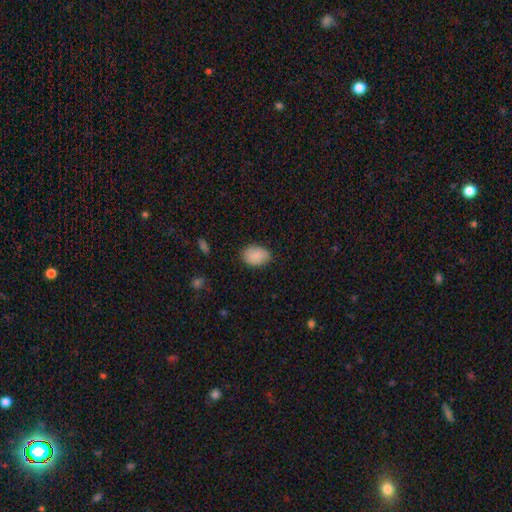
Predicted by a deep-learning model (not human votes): smooth 88%, star or artifact 7%, featured or disk 5%. Down the decision tree: how rounded — in between (80%); merging — none (82%).